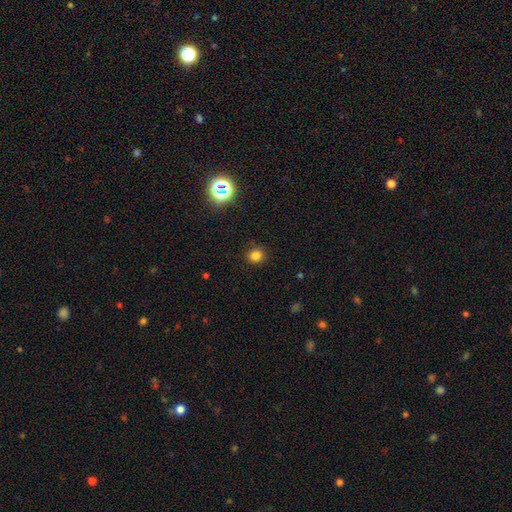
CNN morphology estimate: Smooth or featured? Predicted: smooth (p=0.79). How rounded? Predicted: round (p=0.90). Merging? Predicted: none (p=0.90).